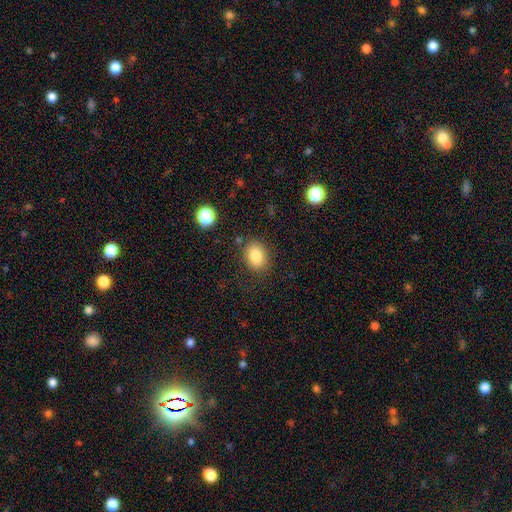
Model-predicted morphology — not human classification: This appears to be a smooth galaxy with no disk features (84%) that is in between round and cigar-shaped (65%). Merging: none (81%).